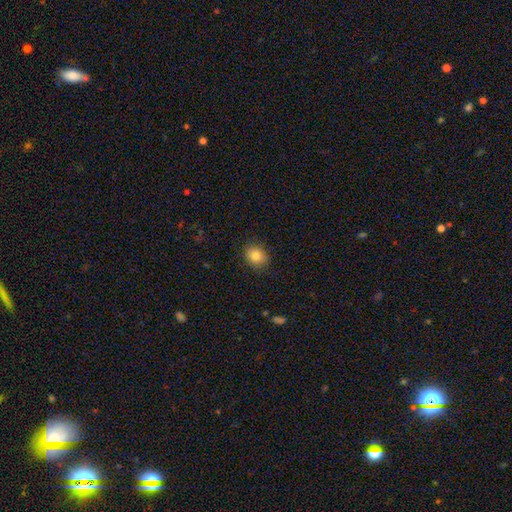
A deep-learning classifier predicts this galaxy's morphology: smooth 83%, star or artifact 10%, featured or disk 7%. Down the decision tree: how rounded — round (61%); merging — none (86%).